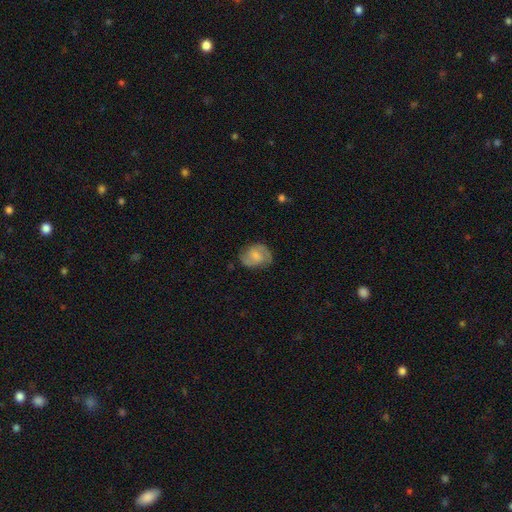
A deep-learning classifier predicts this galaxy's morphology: Smooth or featured? featured or disk (62%)
Edge-on disk? no (97%)
Bar? weak (45%)
Spiral arms? yes (90%)
Spiral winding? medium (51%)
Spiral arm count? 2 (85%)
Bulge size? moderate (31%)
Merging? none (72%)